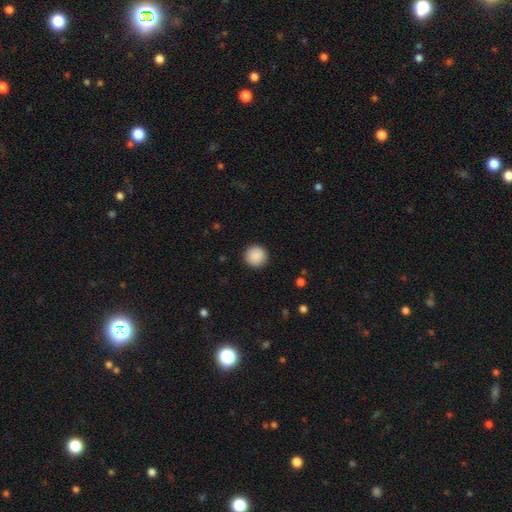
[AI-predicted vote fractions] Overall: smooth (90%). How rounded: round (96%). Merging: none (92%).